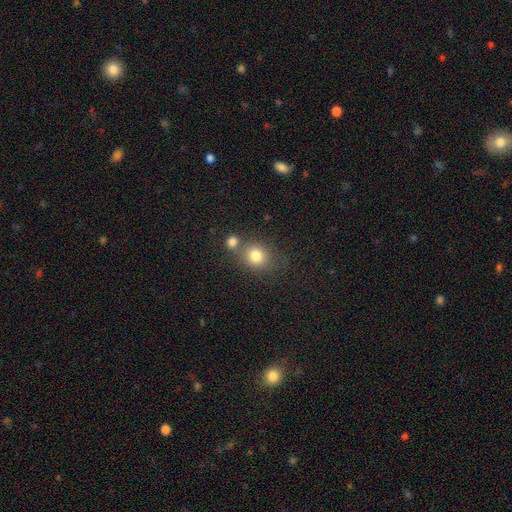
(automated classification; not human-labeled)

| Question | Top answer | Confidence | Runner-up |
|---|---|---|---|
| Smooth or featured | smooth | 81% | star or artifact (11%) |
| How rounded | round | 75% | in between (24%) |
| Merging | none | 58% | merger (28%) |